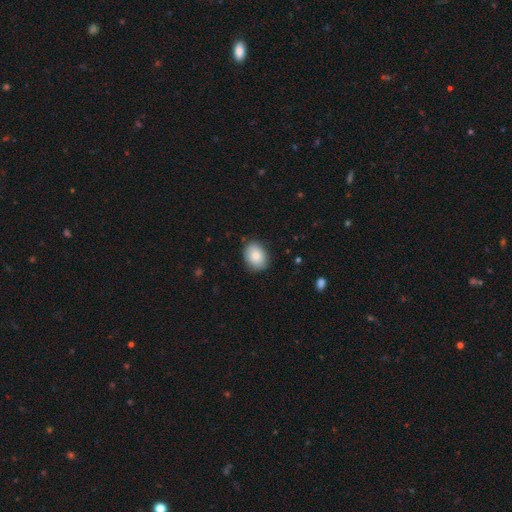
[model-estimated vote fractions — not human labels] This is clearly a smooth galaxy (85%). How rounded: likely in between (62%). Merging: clearly none (86%).